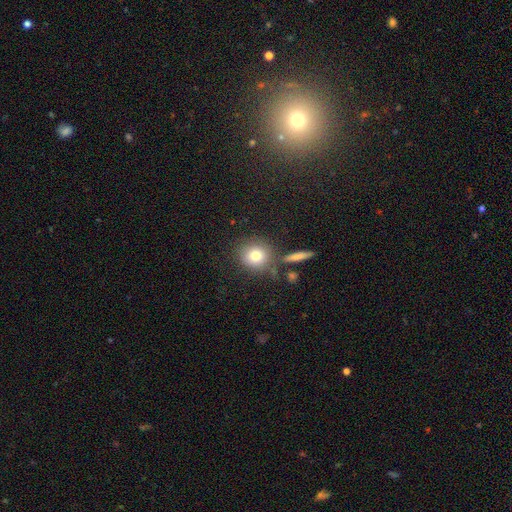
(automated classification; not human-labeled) smooth-or-featured: smooth: 78% | featured or disk: 11% | star or artifact: 11%
  how-rounded: round: 86% | in between: 12% | cigar-shaped: 1%
  merging: none: 73% | minor disturbance: 12% | merger: 11% | major disturbance: 5%